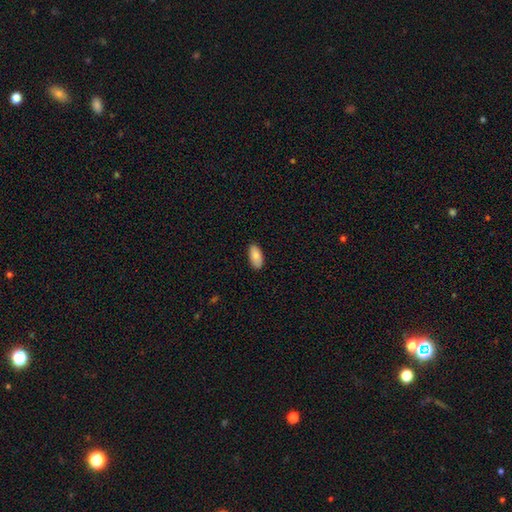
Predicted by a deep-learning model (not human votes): Smooth or featured? smooth (85%)
How rounded? in between (92%)
Merging? none (87%)